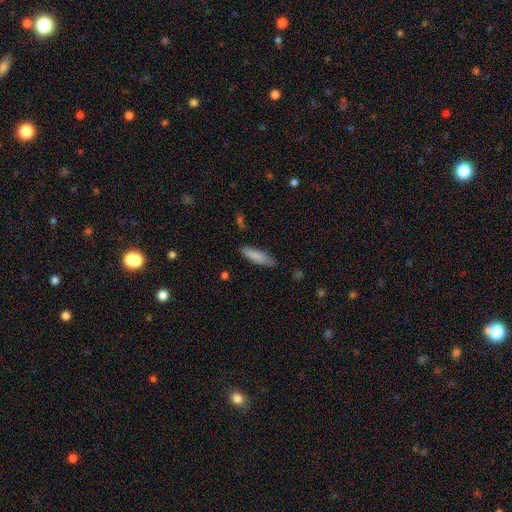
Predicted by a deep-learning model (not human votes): Smooth or featured: smooth — 83% (featured or disk — 11%)
How rounded: cigar-shaped — 64% (in between — 35%)
Merging: none — 77% (minor disturbance — 18%)